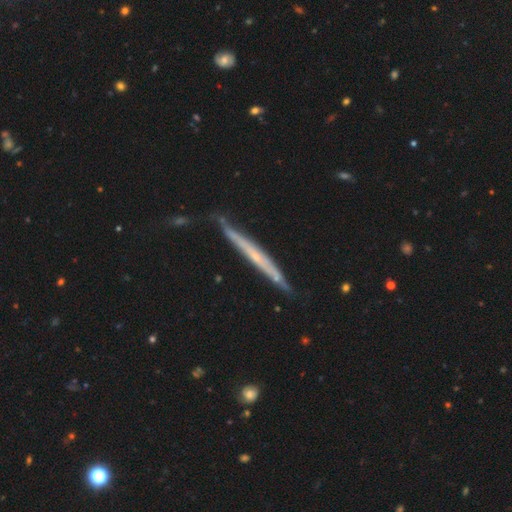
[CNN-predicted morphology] Smooth or featured? featured or disk (66%)
Edge-on disk? yes (94%)
Edge-on bulge? none (73%)
Merging? none (78%)